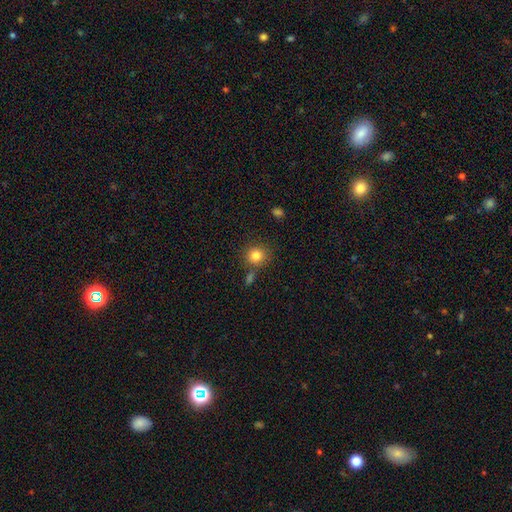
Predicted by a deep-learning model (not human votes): Smooth or featured: smooth — 83% (star or artifact — 11%)
How rounded: round — 87% (in between — 12%)
Merging: none — 77% (minor disturbance — 10%)